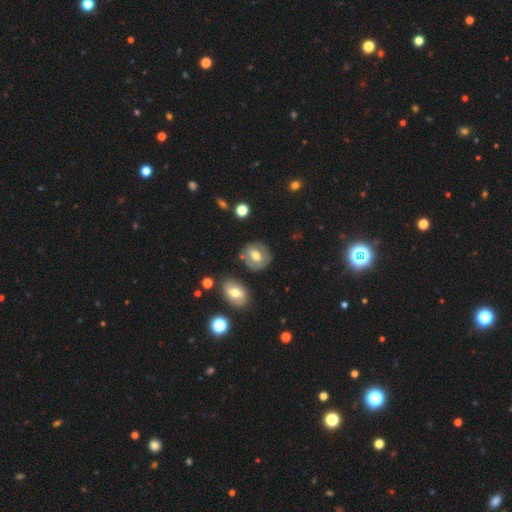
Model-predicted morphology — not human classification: smooth 48%, featured or disk 43%, star or artifact 8%. Down the decision tree: merging — none (74%).